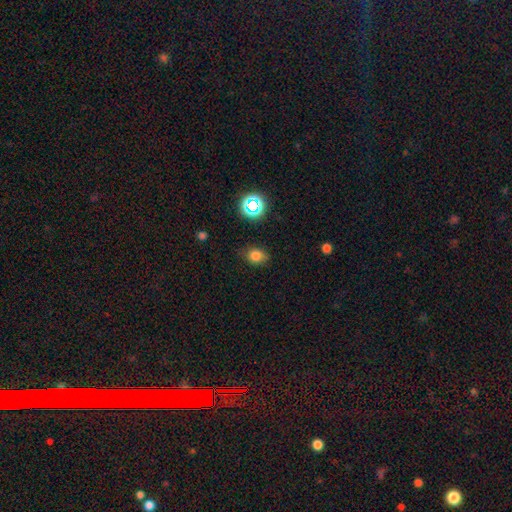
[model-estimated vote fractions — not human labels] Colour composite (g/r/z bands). It shows a smooth galaxy with no disk features (76%) that is in between round and cigar-shaped (58%). Merging: none (79%).